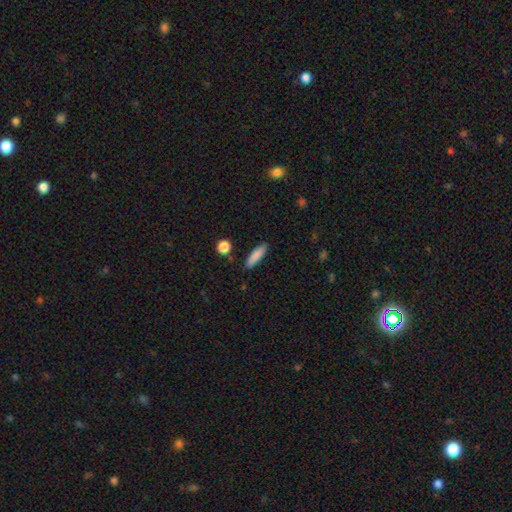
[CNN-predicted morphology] A smooth galaxy with no disk features (84%) that is cigar-shaped (75%). Merging: none (87%).